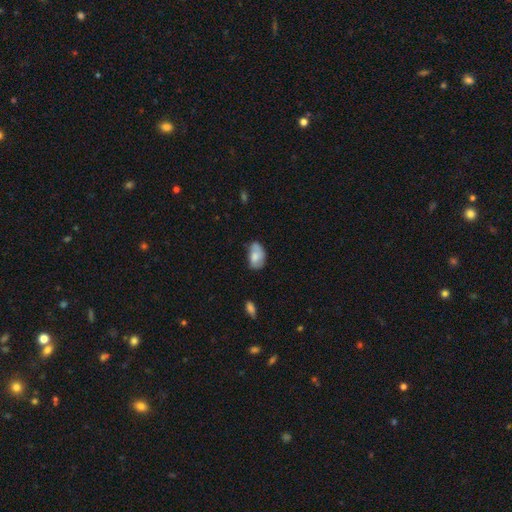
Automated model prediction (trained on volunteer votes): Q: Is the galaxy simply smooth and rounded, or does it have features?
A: smooth — 73%.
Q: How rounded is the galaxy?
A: in between — 90%.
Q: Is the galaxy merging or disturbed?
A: none — 49%.